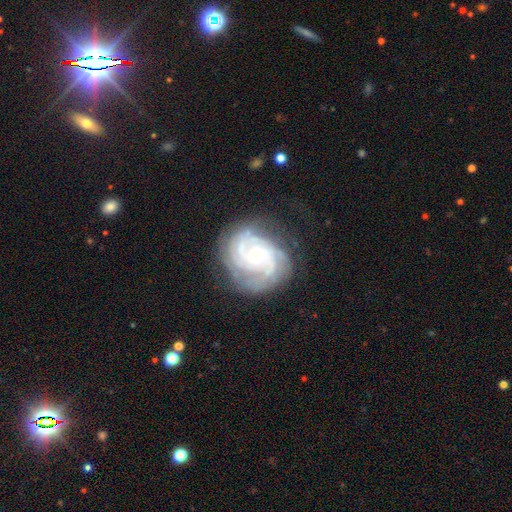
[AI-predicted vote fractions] Smooth or featured: featured or disk — 86% (smooth — 8%)
Edge-on disk: no — 98% (yes — 2%)
Bar: no — 74% (weak — 21%)
Spiral arms: yes — 96% (no — 4%)
Spiral winding: tight — 68% (medium — 27%)
Spiral arm count: can't tell — 27% (3 — 26%)
Bulge size: small — 55% (moderate — 41%)
Merging: none — 72% (minor disturbance — 18%)